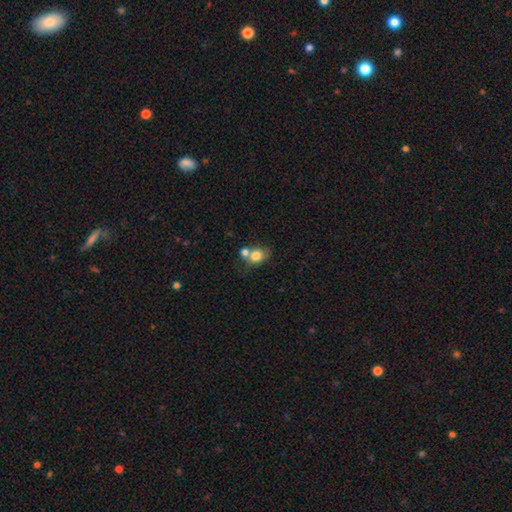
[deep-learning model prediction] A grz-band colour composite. It shows a smooth galaxy with no disk features (78%) that is round (56%). Merging: merger (44%).